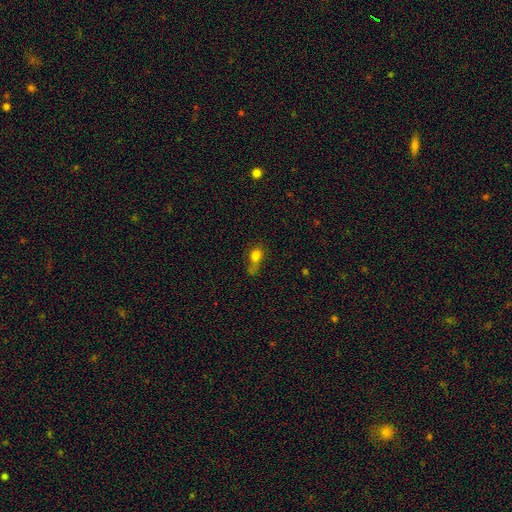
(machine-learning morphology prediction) smooth_or_featured: smooth (p=0.72) [alt: star or artifact p=0.16]
how_rounded: in between (p=0.65) [alt: round p=0.26]
merging: major disturbance (p=0.28) [alt: none p=0.27]